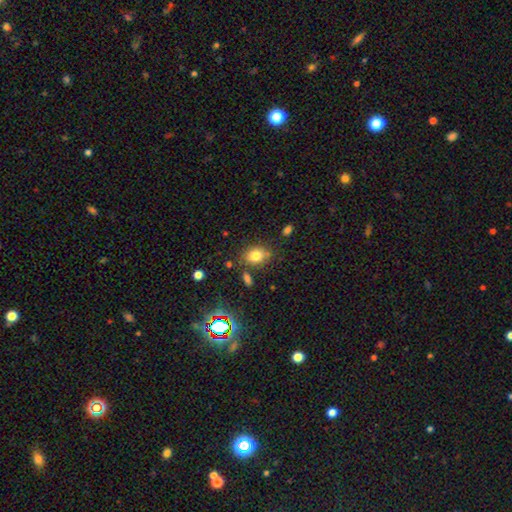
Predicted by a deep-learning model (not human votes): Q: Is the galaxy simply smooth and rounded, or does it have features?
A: smooth — 77%.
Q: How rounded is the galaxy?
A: in between — 70%.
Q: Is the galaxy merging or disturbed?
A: none — 73%.